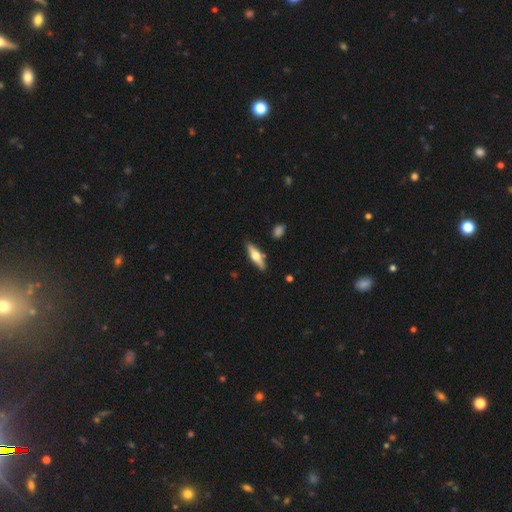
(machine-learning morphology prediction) smooth-or-featured: featured or disk: 55% | smooth: 39% | star or artifact: 5%
  disk-edge-on: yes: 92% | no: 8%
    edge-on-bulge: rounded: 95% | boxy: 3% | none: 2%
  merging: none: 84% | minor disturbance: 11% | merger: 3% | major disturbance: 2%